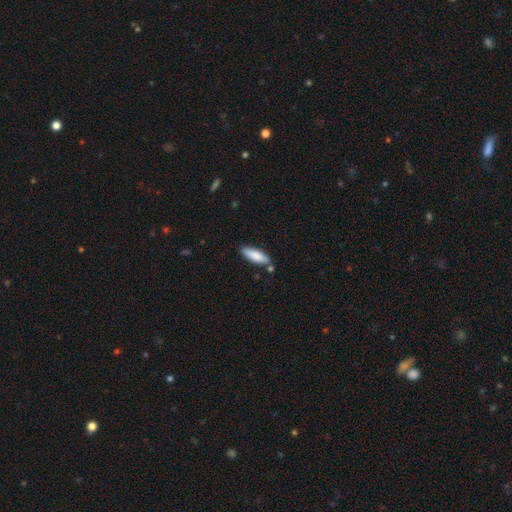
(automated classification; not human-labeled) Overall: smooth (84%). How rounded: in between (52%; cigar-shaped 46%). Merging: none (78%).